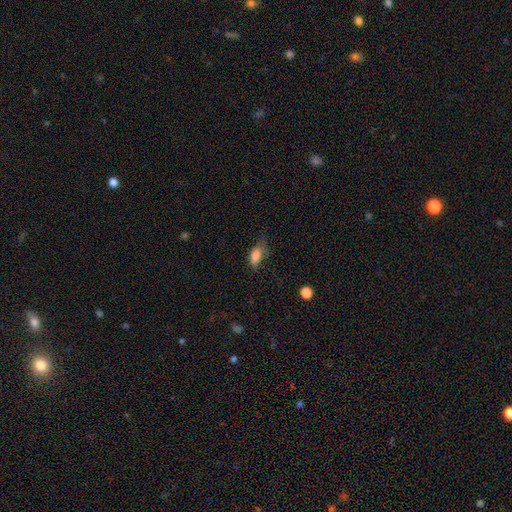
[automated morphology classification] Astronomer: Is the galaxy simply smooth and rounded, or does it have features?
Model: smooth — 81%.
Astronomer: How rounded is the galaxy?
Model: in between — 86%.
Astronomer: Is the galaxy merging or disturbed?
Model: none — 40% (runner-up: minor disturbance, 36%).